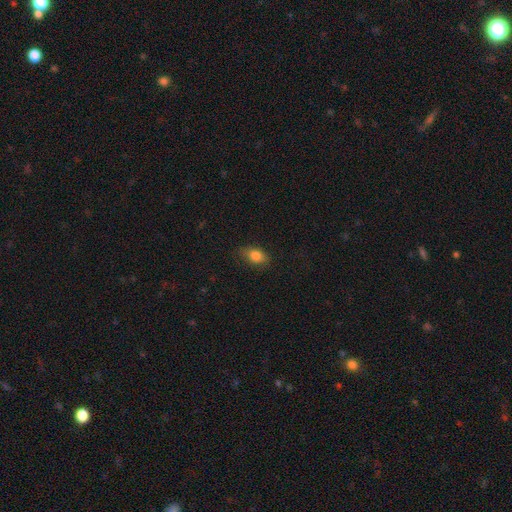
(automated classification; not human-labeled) The model was most divided on "merging": none: 79%, minor disturbance: 17%, major disturbance: 4%, merger: 1%. More confident: how rounded — in between (83%); smooth or featured — smooth (83%).